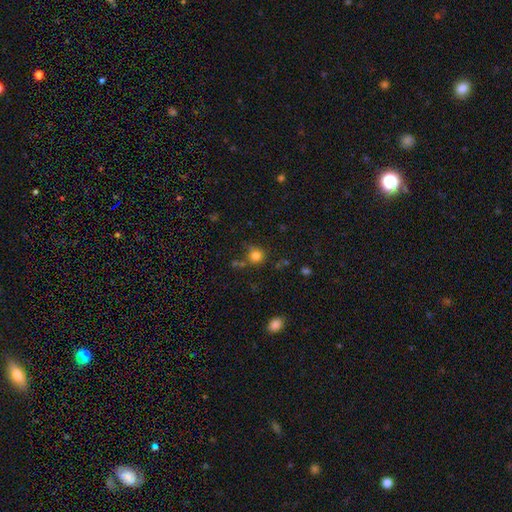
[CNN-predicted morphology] Smooth or featured? Predicted: smooth (p=0.81). How rounded? Predicted: round (p=0.89). Merging? Predicted: none (p=0.70).